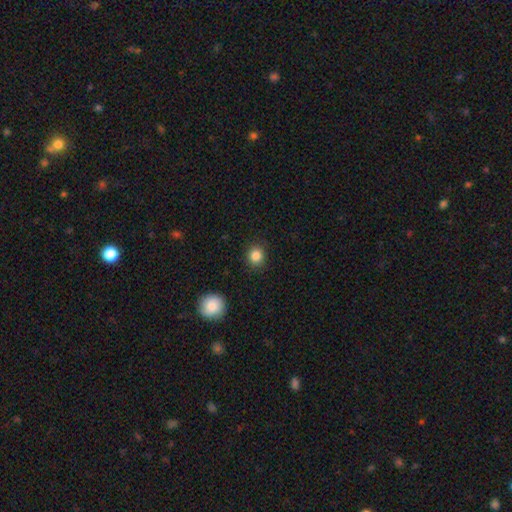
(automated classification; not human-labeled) Smooth or featured? smooth (85%)
How rounded? round (88%)
Merging? none (90%)